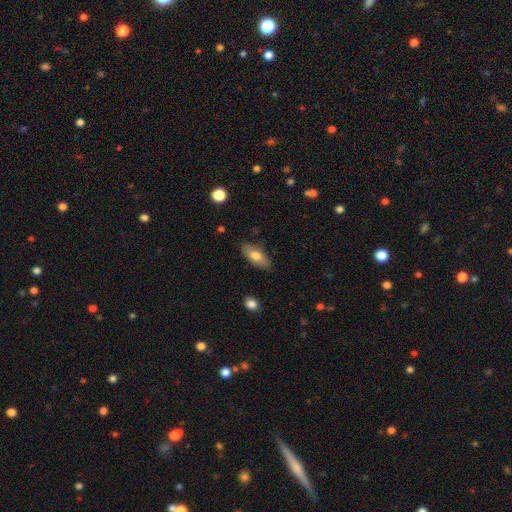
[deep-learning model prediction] Overall: smooth (74%). How rounded: in between (83%). Merging: none (82%).